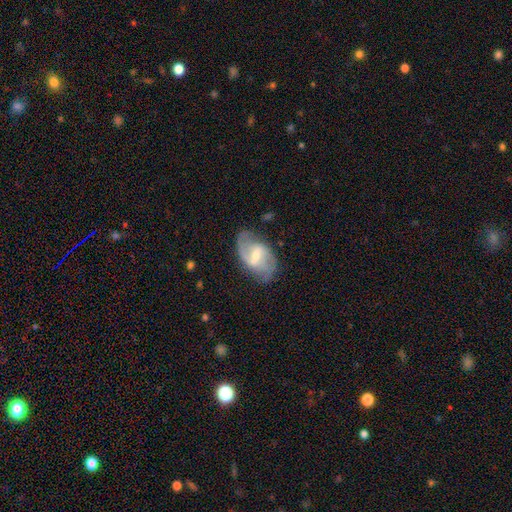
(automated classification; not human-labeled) The model was most divided on "bulge size": small: 48%, moderate: 46%, large: 3%, none: 2%, dominant: 1%. Remaining: edge-on disk — no (96%); spiral arms — yes (91%); spiral arm count — 2 (86%); smooth or featured — featured or disk (80%); merging — none (74%); bar — weak (56%); spiral winding — medium (47%).